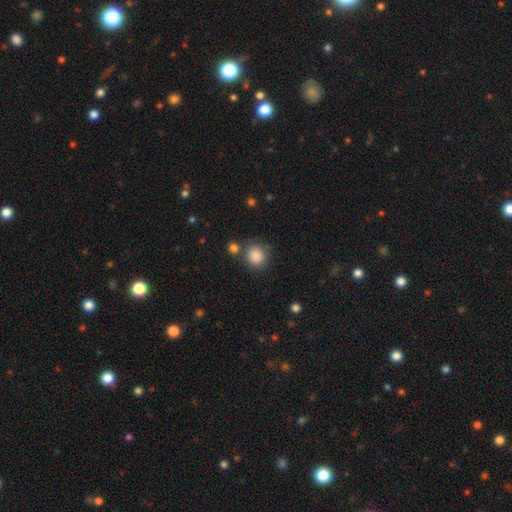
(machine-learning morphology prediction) smooth 87%, star or artifact 9%, featured or disk 4%. Down the decision tree: how rounded — round (86%); merging — none (72%).